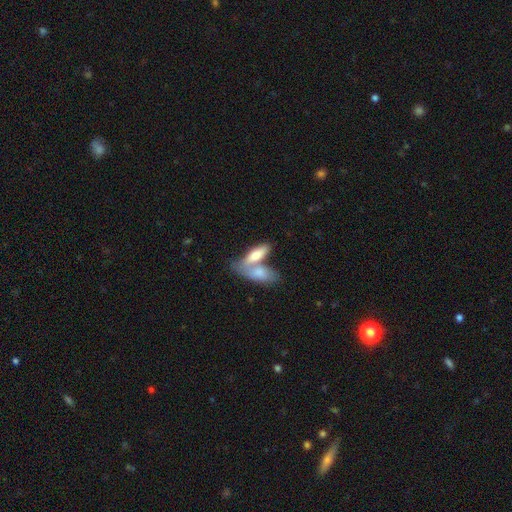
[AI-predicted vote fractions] This appears to be a smooth galaxy with no disk features (72%) that is in between round and cigar-shaped (70%). Merging: merger (63%).